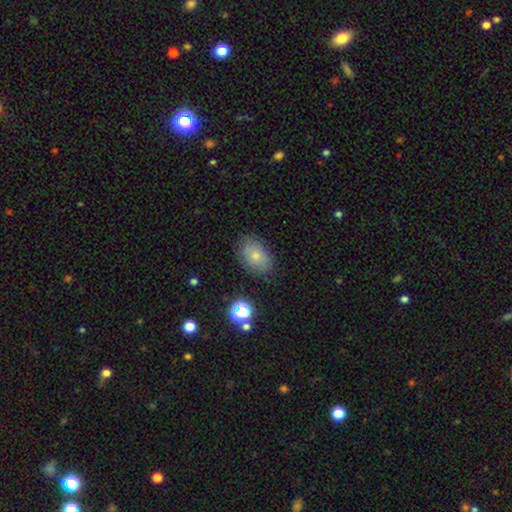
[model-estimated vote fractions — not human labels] Overall: smooth (75%). How rounded: in between (82%). Merging: none (82%).